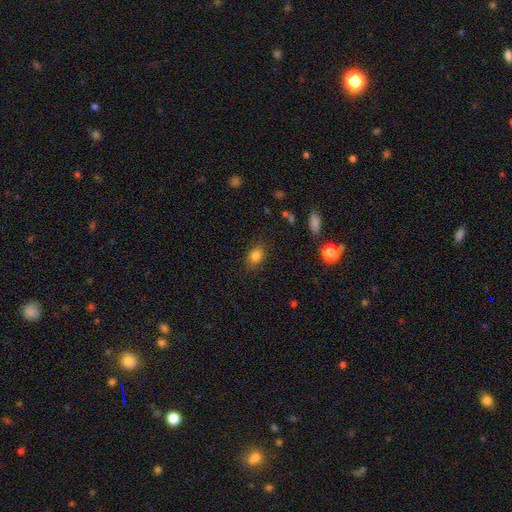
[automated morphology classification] Smooth or featured? Predicted: smooth (p=0.82). How rounded? Predicted: in between (p=0.66). Merging? Predicted: none (p=0.84).